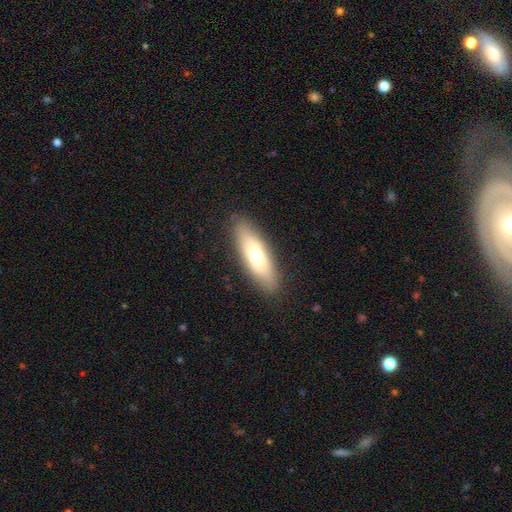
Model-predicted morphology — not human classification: smooth 65%, featured or disk 28%, star or artifact 6%. Down the decision tree: how rounded — in between (52%); merging — none (88%).